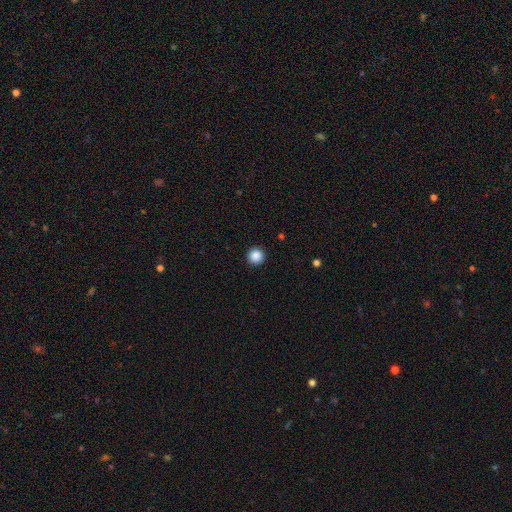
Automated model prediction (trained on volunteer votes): A smooth galaxy with no disk features (87%) that is round (96%).

Vote fractions:
- Smooth or featured? smooth: 87% / star or artifact: 10% / featured or disk: 3%
- How rounded? round: 96% / in between: 3% / cigar-shaped: 1%
- Merging? none: 93% / minor disturbance: 4% / major disturbance: 2% / merger: 1%